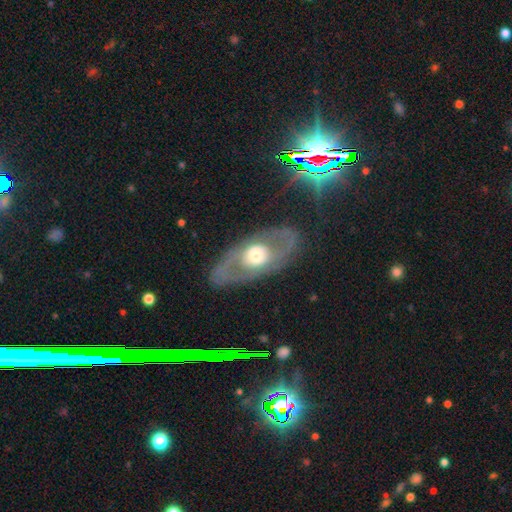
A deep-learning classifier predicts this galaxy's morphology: type=featured or disk (73%); edge-on=no (89%); bar=no (76%); spiral arms=no (51%); bulge=moderate (59%); merging=none (76%).